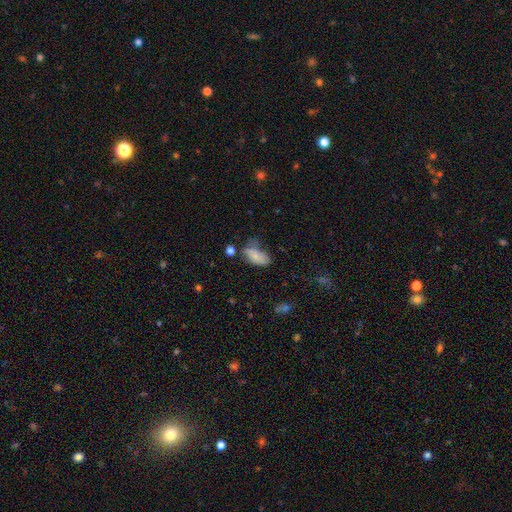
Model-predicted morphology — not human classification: The model was most divided on "merging": none: 40%, minor disturbance: 36%, major disturbance: 17%, merger: 8%. More confident: how rounded — in between (91%); smooth or featured — smooth (73%).